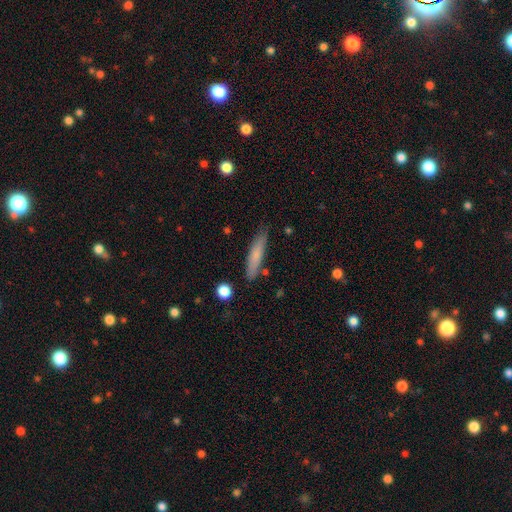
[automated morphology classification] smooth_or_featured: smooth (p=0.71) [alt: featured or disk p=0.23]
how_rounded: cigar-shaped (p=0.85) [alt: in between p=0.13]
merging: none (p=0.82) [alt: minor disturbance p=0.13]